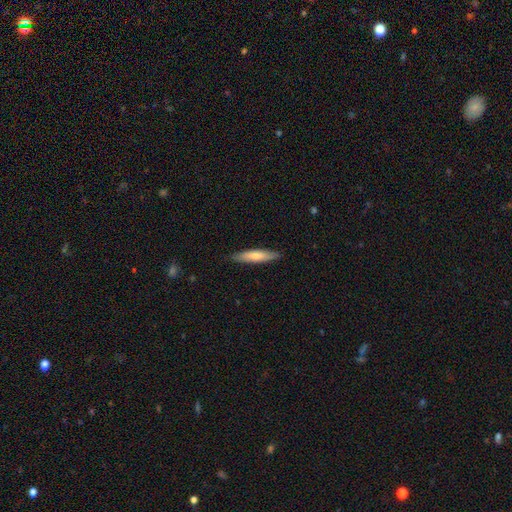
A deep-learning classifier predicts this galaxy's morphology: Q: Smooth or featured?
A: smooth (68%); runner-up: featured or disk (27%)
Q: How rounded?
A: cigar-shaped (83%); runner-up: in between (15%)
Q: Merging?
A: none (86%); runner-up: minor disturbance (11%)